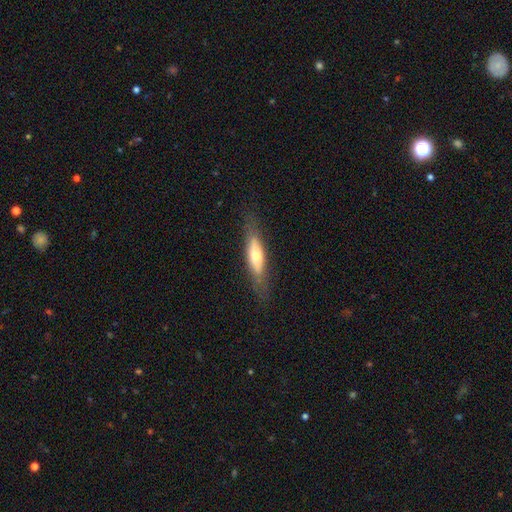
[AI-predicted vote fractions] A smooth galaxy with no disk features (52%) that is cigar-shaped (63%).

Vote fractions:
- Smooth or featured? smooth: 52% / featured or disk: 41% / star or artifact: 6%
- How rounded? cigar-shaped: 63% / in between: 35% / round: 2%
- Merging? none: 78% / minor disturbance: 16% / major disturbance: 5% / merger: 1%